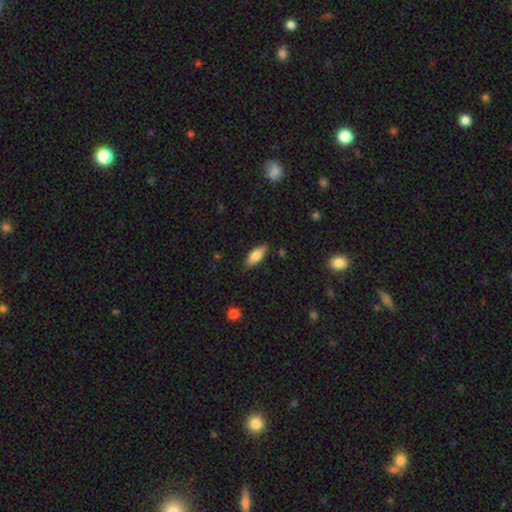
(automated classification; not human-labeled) Smooth or featured? smooth (81%)
How rounded? in between (76%)
Merging? none (85%)